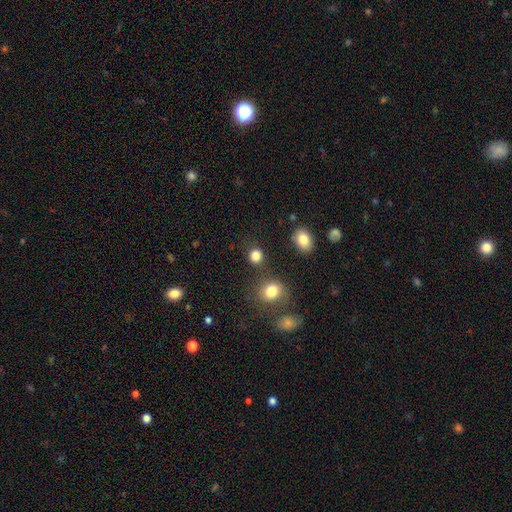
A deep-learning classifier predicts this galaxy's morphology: A smooth galaxy with no disk features (84%) that is round (83%). Merging: none (79%).